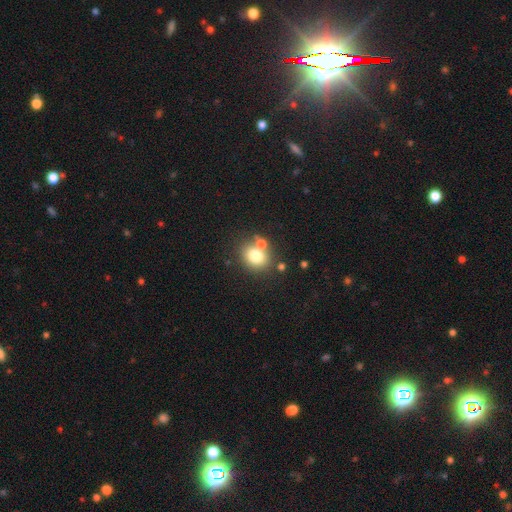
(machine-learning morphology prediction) Smooth or featured: smooth — 75% (featured or disk — 13%)
How rounded: round — 61% (in between — 38%)
Merging: none — 63% (merger — 22%)